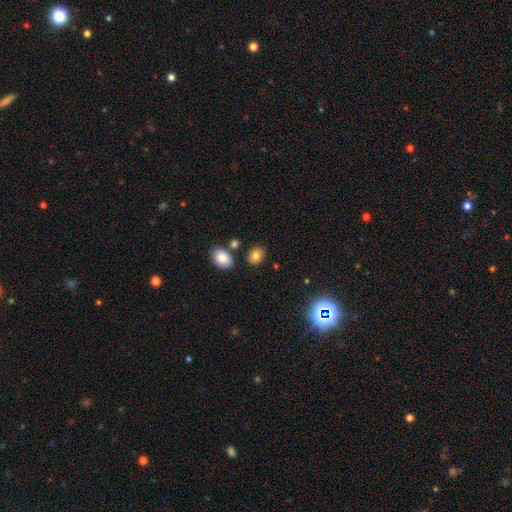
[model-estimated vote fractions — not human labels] Morphology: type=smooth (82%); roundness=in between (65%); merging=none (78%).